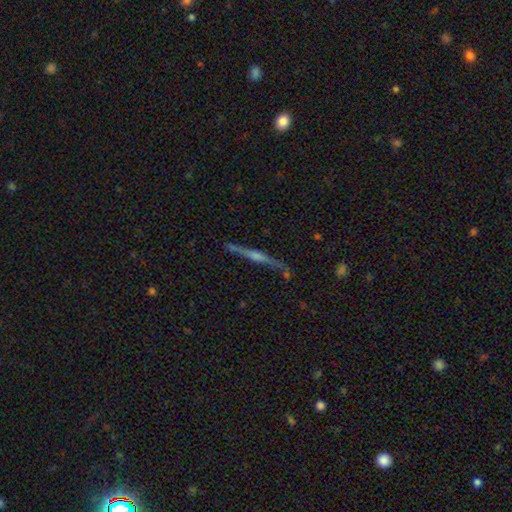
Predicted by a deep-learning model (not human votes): Q: Smooth or featured?
A: featured or disk (73%); runner-up: smooth (15%)
Q: Edge-on disk?
A: yes (94%); runner-up: no (6%)
Q: Edge-on bulge?
A: rounded (81%); runner-up: none (12%)
Q: Merging?
A: none (80%); runner-up: minor disturbance (12%)